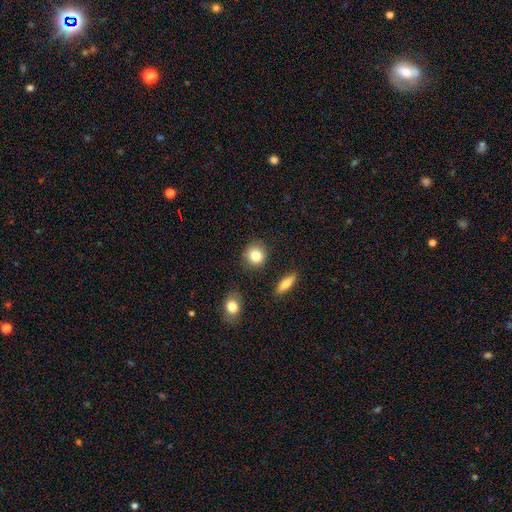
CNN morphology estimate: smooth_or_featured: smooth (p=0.83) [alt: star or artifact p=0.09]
how_rounded: round (p=0.85) [alt: in between p=0.14]
merging: none (p=0.85) [alt: minor disturbance p=0.10]